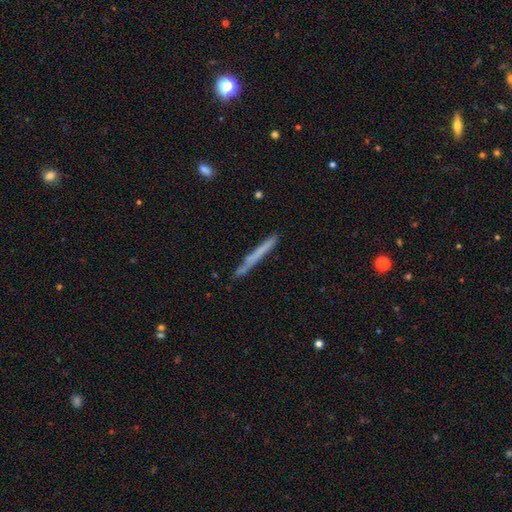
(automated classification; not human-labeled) Q: Smooth or featured?
A: smooth (57%); runner-up: featured or disk (37%)
Q: How rounded?
A: cigar-shaped (97%); runner-up: in between (2%)
Q: Merging?
A: none (80%); runner-up: minor disturbance (15%)